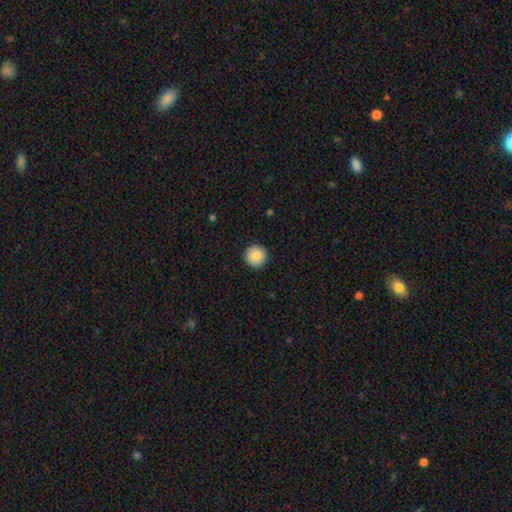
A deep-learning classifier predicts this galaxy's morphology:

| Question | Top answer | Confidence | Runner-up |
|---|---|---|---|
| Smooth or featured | smooth | 88% | star or artifact (8%) |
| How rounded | round | 96% | in between (3%) |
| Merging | none | 93% | minor disturbance (5%) |